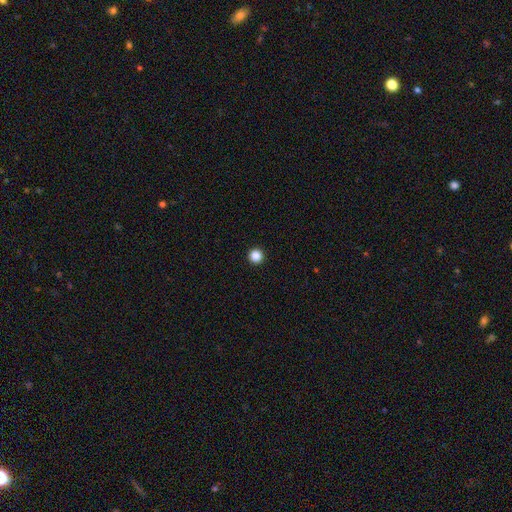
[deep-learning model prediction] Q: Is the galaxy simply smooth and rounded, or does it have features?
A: smooth — 87%.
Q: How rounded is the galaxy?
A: round — 97%.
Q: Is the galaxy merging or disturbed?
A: none — 95%.